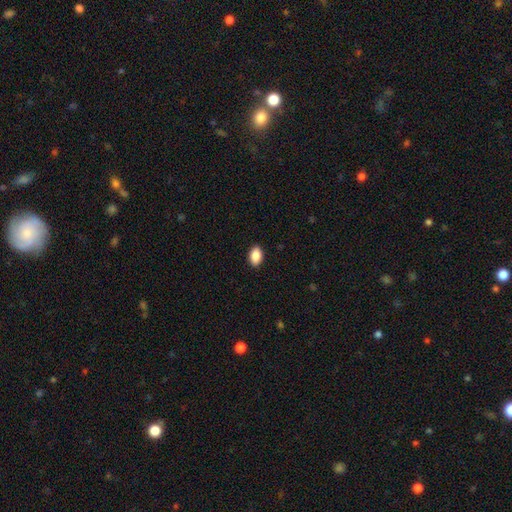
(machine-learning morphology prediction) The model was most divided on "how rounded": in between: 89%, round: 10%, cigar-shaped: 1%. More confident: merging — none (90%); smooth or featured — smooth (89%).